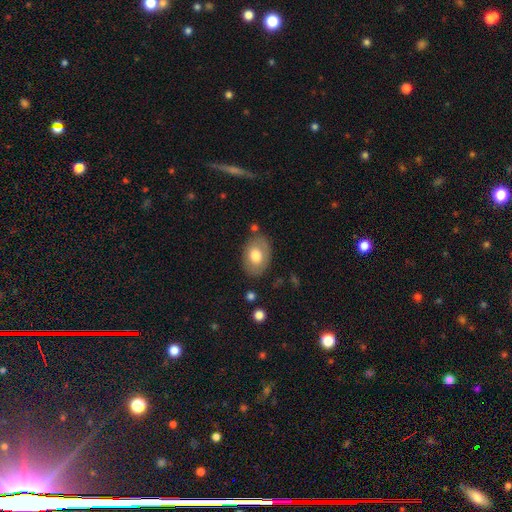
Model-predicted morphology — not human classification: This appears to be a smooth galaxy with no disk features (69%) that is in between round and cigar-shaped (82%). Merging: none (78%).